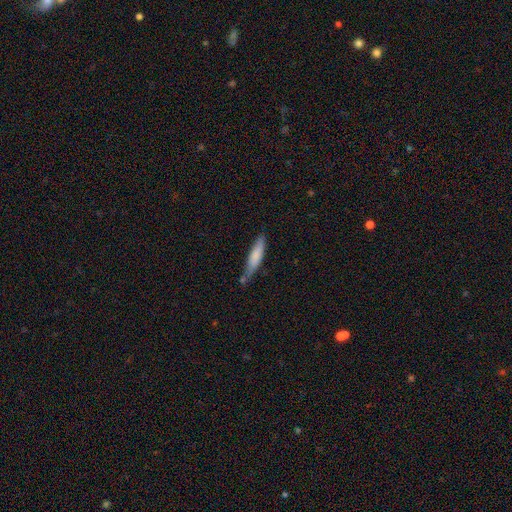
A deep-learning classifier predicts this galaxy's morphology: Smooth or featured? smooth (76%)
How rounded? cigar-shaped (79%)
Merging? none (55%)